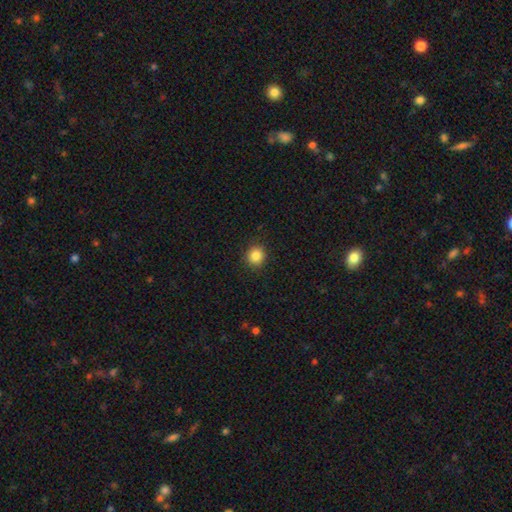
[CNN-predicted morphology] smooth_or_featured: smooth (p=0.86) [alt: star or artifact p=0.10]
how_rounded: round (p=0.88) [alt: in between p=0.11]
merging: none (p=0.91) [alt: minor disturbance p=0.06]